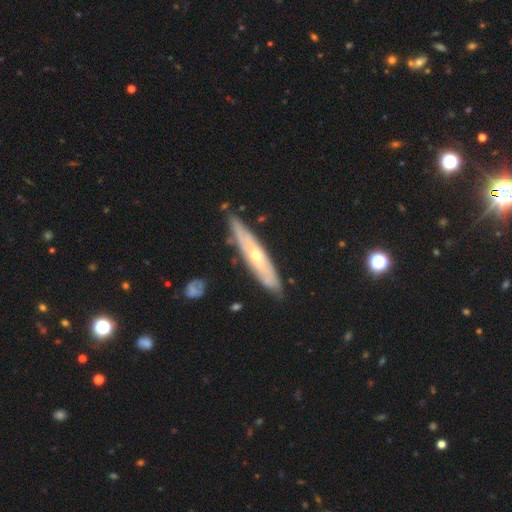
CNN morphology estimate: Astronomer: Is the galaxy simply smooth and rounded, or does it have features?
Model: featured or disk — 67%.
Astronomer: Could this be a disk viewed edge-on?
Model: yes — 61% (runner-up: no, 39%).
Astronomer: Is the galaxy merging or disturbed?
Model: none — 80%.